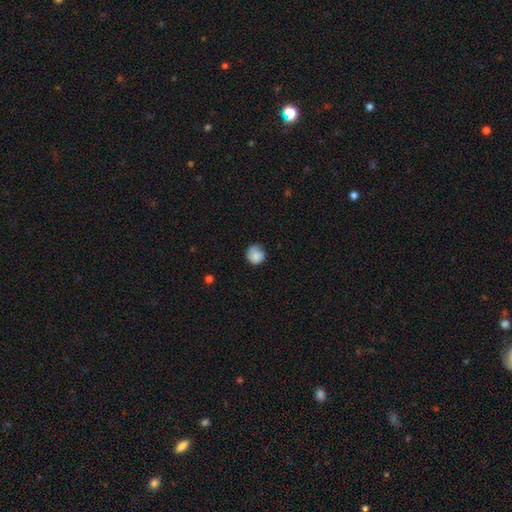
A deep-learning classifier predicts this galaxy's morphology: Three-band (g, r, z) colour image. It shows a smooth galaxy with no disk features (82%) that is round (88%). Merging: none (65%).